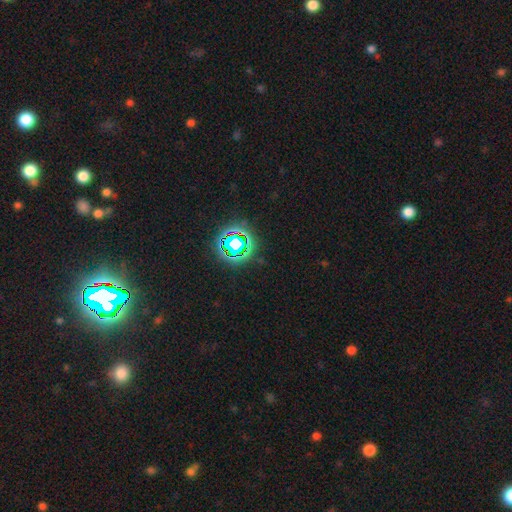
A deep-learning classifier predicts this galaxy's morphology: A star or artifact, not a galaxy (80%).

Vote fractions:
- Smooth or featured? star or artifact: 80% / smooth: 12% / featured or disk: 8%